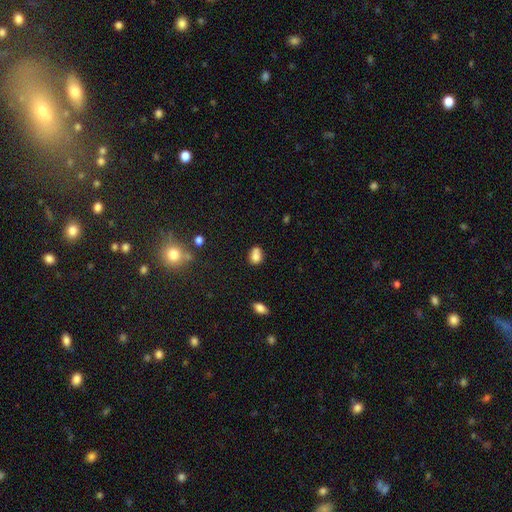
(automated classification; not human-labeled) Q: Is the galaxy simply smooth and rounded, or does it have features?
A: smooth — 76%.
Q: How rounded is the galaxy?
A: in between — 59%.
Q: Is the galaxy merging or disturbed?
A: merger — 38%, tied with none.